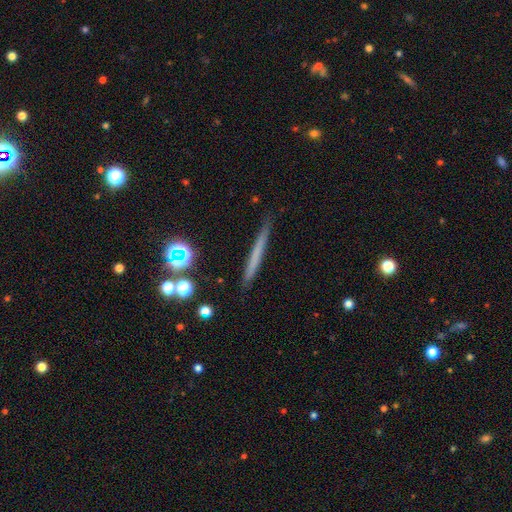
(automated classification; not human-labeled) Overall: smooth (53%; featured or disk 37%). How rounded: cigar-shaped (95%). Merging: none (87%).